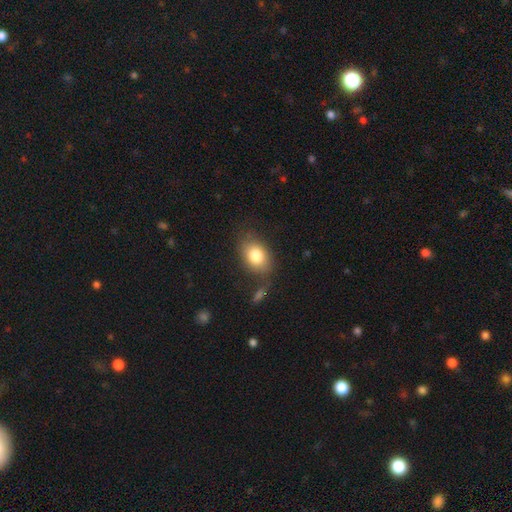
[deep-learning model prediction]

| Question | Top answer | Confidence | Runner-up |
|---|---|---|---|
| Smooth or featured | smooth | 81% | featured or disk (11%) |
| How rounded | in between | 76% | round (22%) |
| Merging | none | 71% | minor disturbance (18%) |